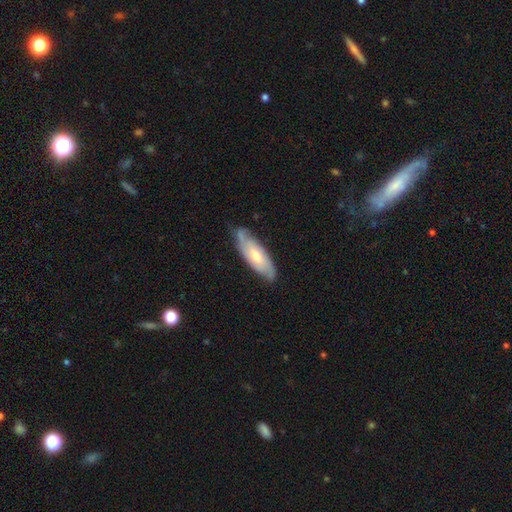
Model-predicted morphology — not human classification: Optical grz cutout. It shows a featured or disk galaxy (60%). Merging: none (73%).